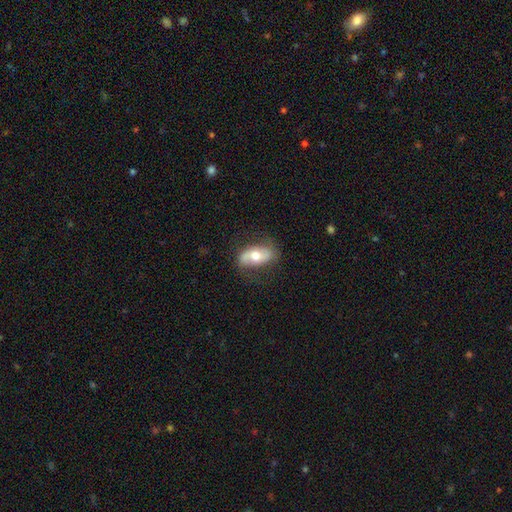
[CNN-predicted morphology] Smooth or featured?
  - smooth: 50% *
  - featured or disk: 43%
  - star or artifact: 6%
How rounded?
  - in between: 88% *
  - round: 6%
  - cigar-shaped: 6%
Merging?
  - none: 73% *
  - minor disturbance: 19%
  - major disturbance: 7%
  - merger: 1%